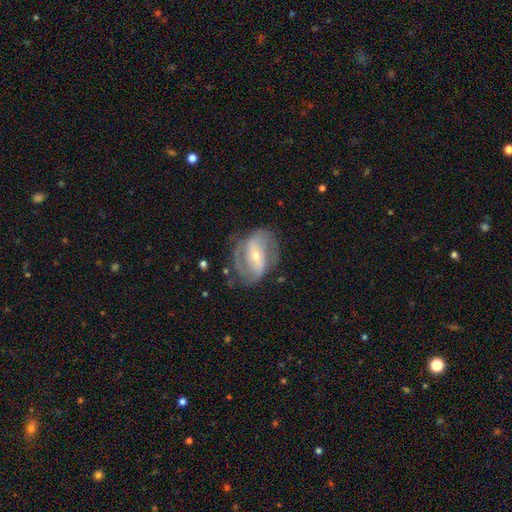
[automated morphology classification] This appears to be a featured or disk galaxy (84%) with a strong bar (48%), 2 (74%) medium (46%) spiral arms (91%) and a small central bulge (57%). Merging: none (65%).